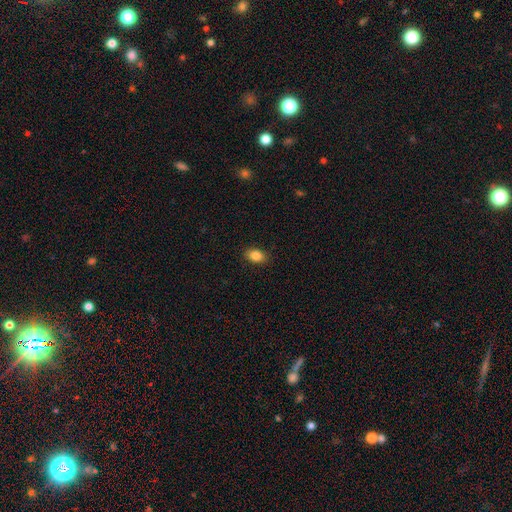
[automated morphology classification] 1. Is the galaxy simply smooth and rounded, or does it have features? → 85% smooth, 9% star or artifact, 6% featured or disk.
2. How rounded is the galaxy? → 82% in between, 17% round, 1% cigar-shaped.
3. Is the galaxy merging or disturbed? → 88% none, 9% minor disturbance, 2% major disturbance, 1% merger.